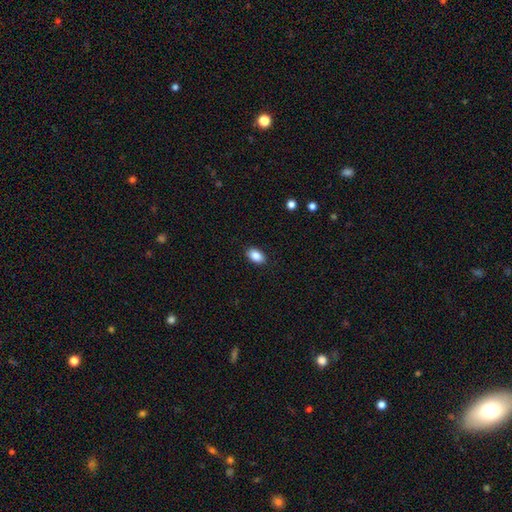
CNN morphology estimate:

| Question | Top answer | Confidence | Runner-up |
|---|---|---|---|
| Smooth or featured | smooth | 88% | star or artifact (8%) |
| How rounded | in between | 90% | round (9%) |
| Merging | none | 89% | minor disturbance (8%) |